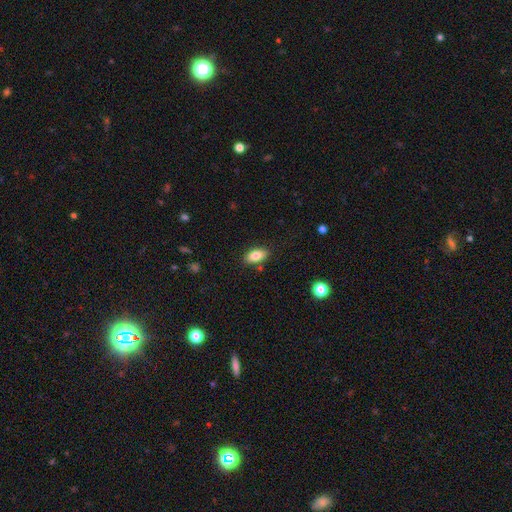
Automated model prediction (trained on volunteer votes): Overall: smooth (82%). How rounded: in between (90%). Merging: none (84%).